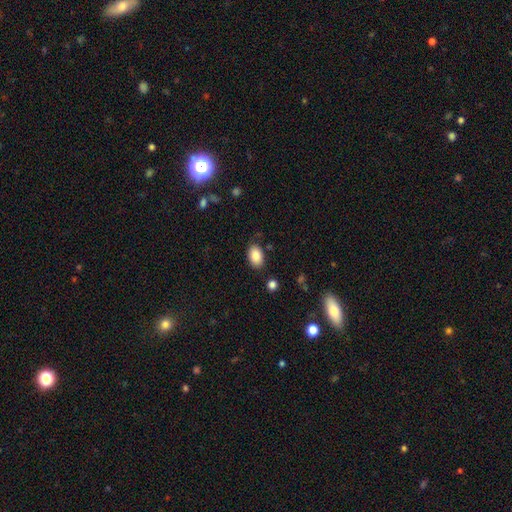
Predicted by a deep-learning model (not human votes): smooth_or_featured: smooth (p=0.87) [alt: star or artifact p=0.08]
how_rounded: in between (p=0.90) [alt: round p=0.09]
merging: none (p=0.83) [alt: minor disturbance p=0.12]